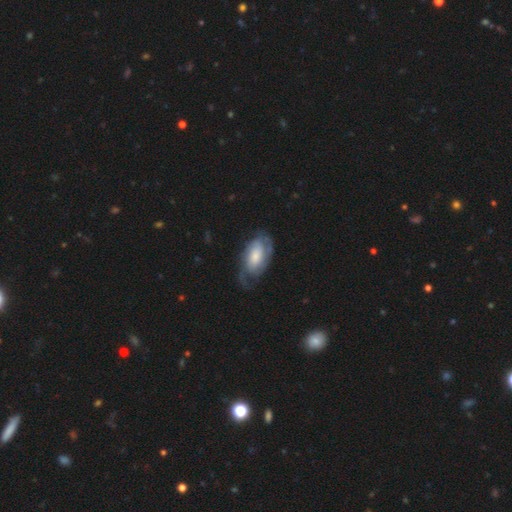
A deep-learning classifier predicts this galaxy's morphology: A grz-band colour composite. It shows a featured or disk galaxy (59%) with no bar (68%), spiral arms (83%) and a moderate central bulge (33%). Merging: none (52%).